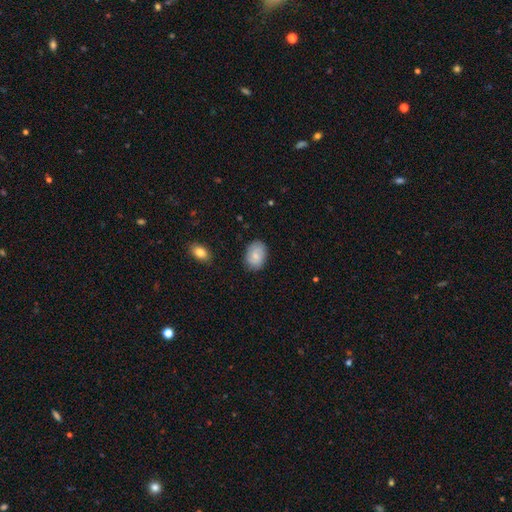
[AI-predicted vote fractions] Q: Smooth or featured?
A: smooth (76%); runner-up: featured or disk (17%)
Q: How rounded?
A: in between (81%); runner-up: round (18%)
Q: Merging?
A: none (82%); runner-up: minor disturbance (14%)